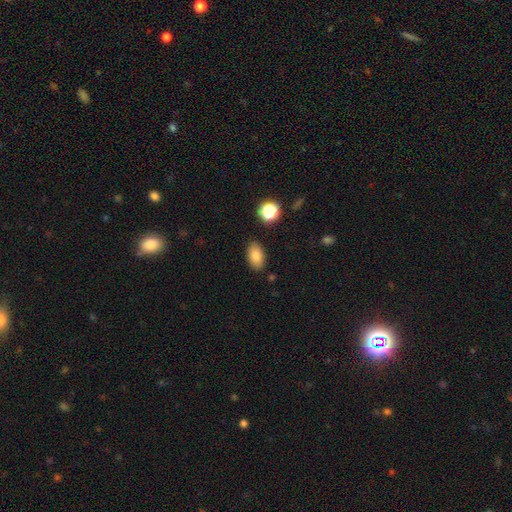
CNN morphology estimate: type=smooth (82%); roundness=in between (91%); merging=none (86%).